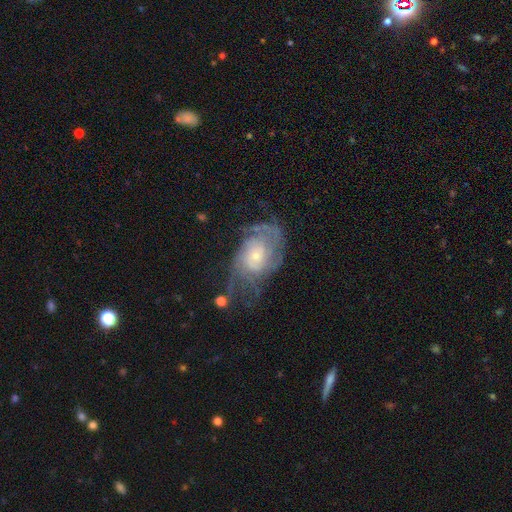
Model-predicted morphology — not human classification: smooth-or-featured: featured or disk: 78% | smooth: 14% | star or artifact: 7%
  disk-edge-on: no: 97% | yes: 3%
    bar: no: 72% | weak: 24% | strong: 4%
    has-spiral-arms: yes: 88% | no: 12%
      spiral-winding: tight: 47% | medium: 37% | loose: 17%
      spiral-arm-count: can't tell: 43% | 2: 26% | 3: 13% | 4: 8% | 1: 6% | more than 4: 5%
    bulge-size: small: 69% | moderate: 24% | large: 3% | none: 3% | dominant: 1%
  merging: none: 47% | major disturbance: 27% | minor disturbance: 23% | merger: 4%